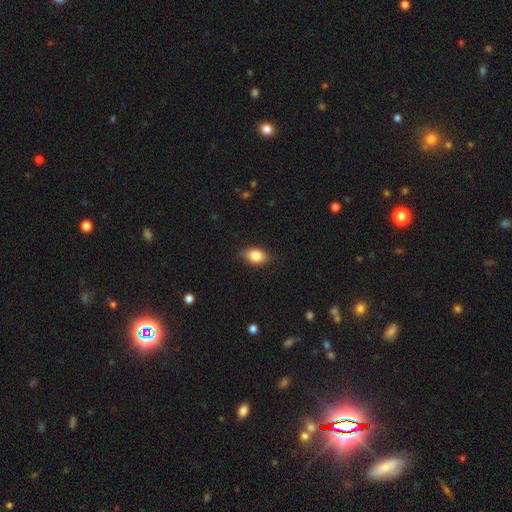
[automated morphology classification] Smooth or featured: smooth — 83% (featured or disk — 9%)
How rounded: in between — 82% (round — 16%)
Merging: none — 82% (minor disturbance — 14%)